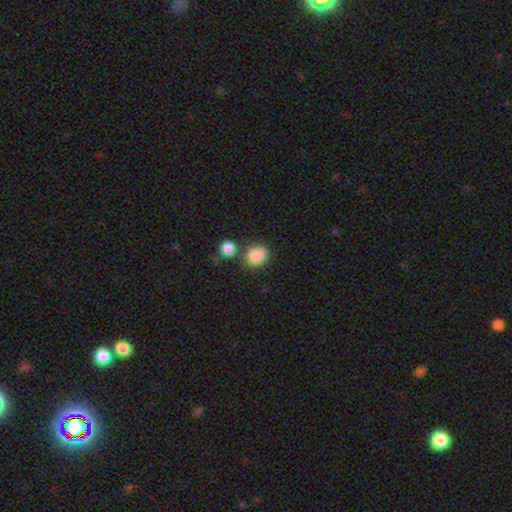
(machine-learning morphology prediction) A smooth galaxy with no disk features (86%) that is in between round and cigar-shaped (56%). Merging: none (63%).